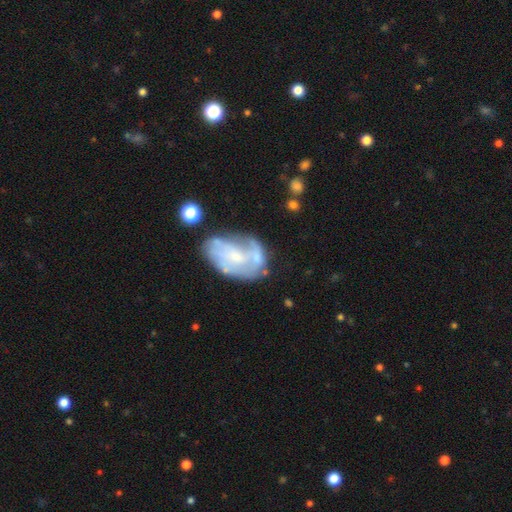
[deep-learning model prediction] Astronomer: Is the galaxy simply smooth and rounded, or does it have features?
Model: featured or disk — 58%.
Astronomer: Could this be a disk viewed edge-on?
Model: no — 97%.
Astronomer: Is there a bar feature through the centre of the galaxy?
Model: no — 65%.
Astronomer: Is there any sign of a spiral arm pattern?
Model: yes — 51% (runner-up: no, 49%).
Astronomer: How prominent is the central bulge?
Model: small — 41% (runner-up: none, 27%).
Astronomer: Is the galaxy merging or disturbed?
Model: none — 38% (runner-up: major disturbance, 27%).